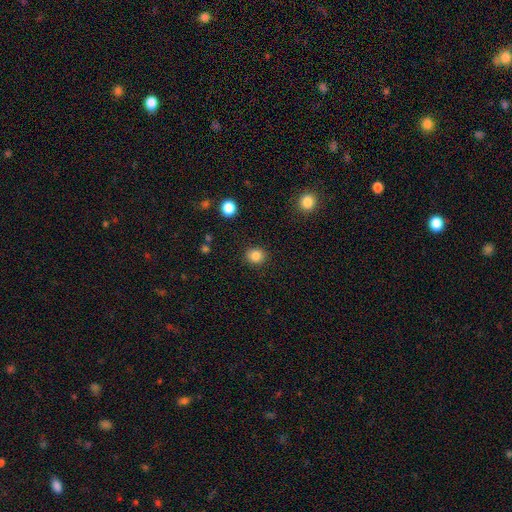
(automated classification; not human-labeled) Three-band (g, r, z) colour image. It shows a smooth galaxy with no disk features (84%) that is round (79%). Merging: none (88%).